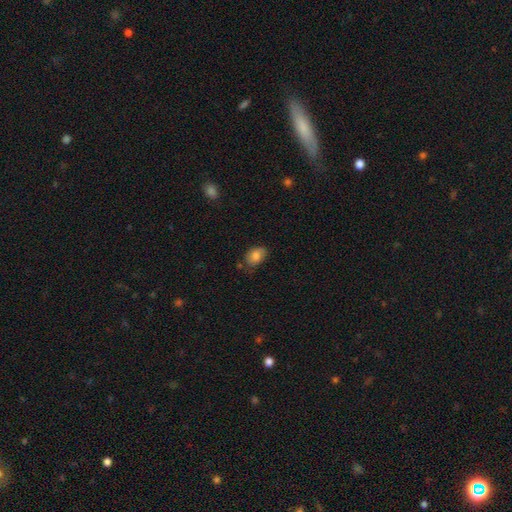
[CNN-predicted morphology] Smooth or featured? Predicted: smooth (p=0.78). How rounded? Predicted: in between (p=0.79). Merging? Predicted: none (p=0.67).